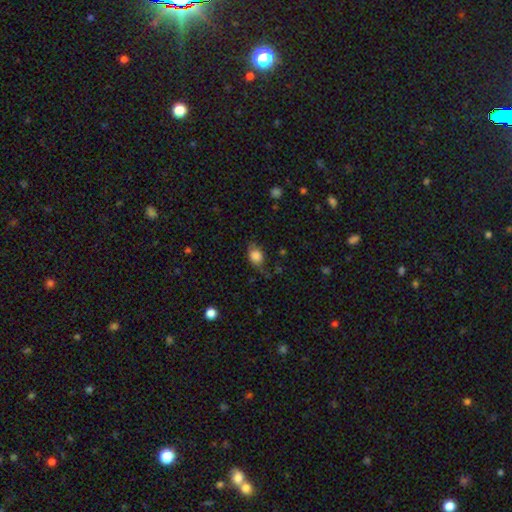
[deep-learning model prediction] Q: Smooth or featured?
A: smooth (75%); runner-up: featured or disk (16%)
Q: How rounded?
A: in between (62%); runner-up: round (36%)
Q: Merging?
A: none (50%); runner-up: minor disturbance (32%)